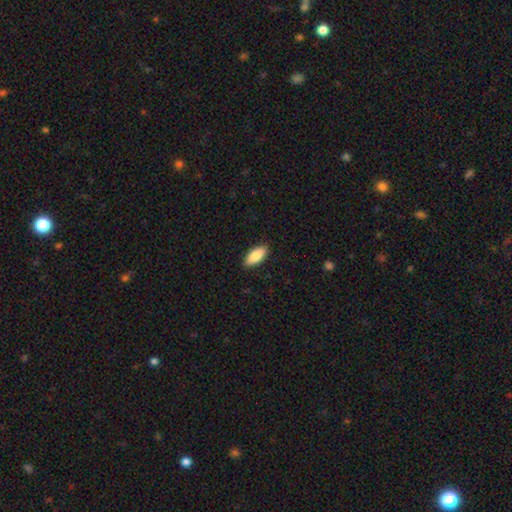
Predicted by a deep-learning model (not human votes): Smooth or featured?
  - smooth: 87% *
  - featured or disk: 7%
  - star or artifact: 6%
How rounded?
  - in between: 88% *
  - cigar-shaped: 10%
  - round: 2%
Merging?
  - none: 89% *
  - minor disturbance: 8%
  - major disturbance: 2%
  - merger: 1%